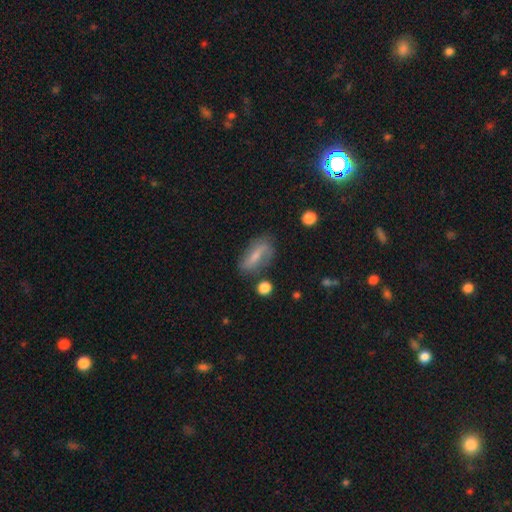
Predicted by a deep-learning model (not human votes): featured or disk 46%, smooth 45%, star or artifact 9%. Down the decision tree: merging — none (66%).